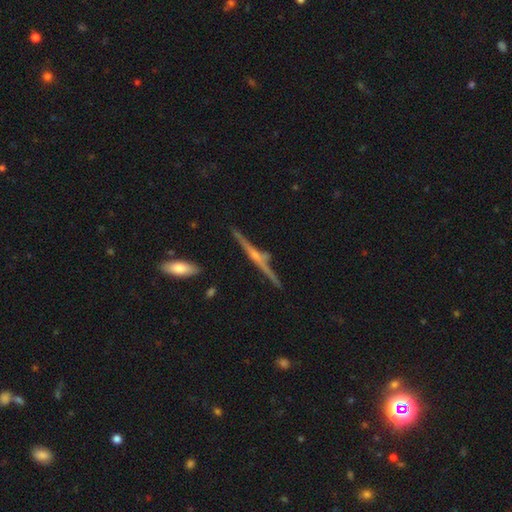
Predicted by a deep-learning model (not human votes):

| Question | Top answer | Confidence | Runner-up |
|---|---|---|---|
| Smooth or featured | featured or disk | 83% | smooth (11%) |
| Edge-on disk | yes | 98% | no (2%) |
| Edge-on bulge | rounded | 80% | none (12%) |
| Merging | none | 83% | minor disturbance (11%) |